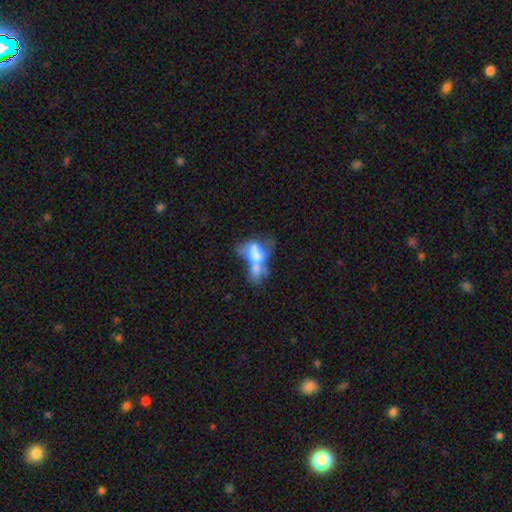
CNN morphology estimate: A smooth galaxy with no disk features (49%).

Vote fractions:
- Smooth or featured? smooth: 49% / featured or disk: 40% / star or artifact: 11%
- Merging? merger: 68% / major disturbance: 16% / none: 10% / minor disturbance: 7%